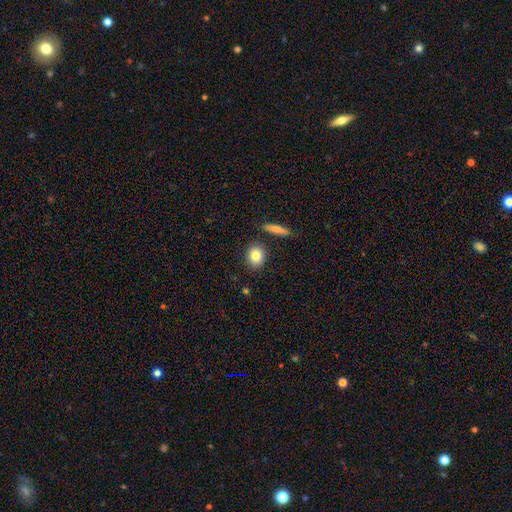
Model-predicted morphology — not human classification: Smooth or featured: smooth — 82% (featured or disk — 10%)
How rounded: round — 55% (in between — 42%)
Merging: none — 84% (minor disturbance — 9%)